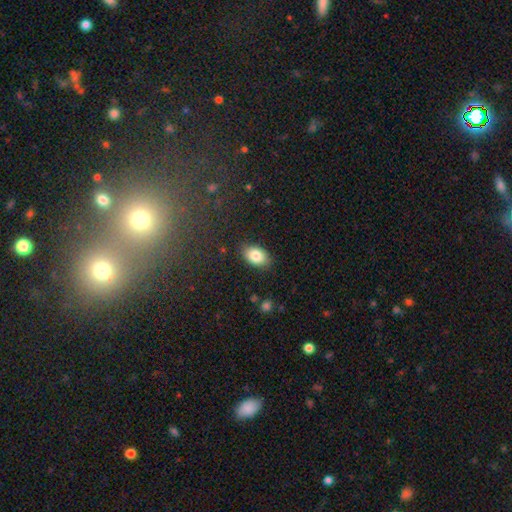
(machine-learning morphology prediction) Smooth or featured: smooth — 84% (featured or disk — 8%)
How rounded: in between — 89% (round — 10%)
Merging: none — 86% (minor disturbance — 10%)